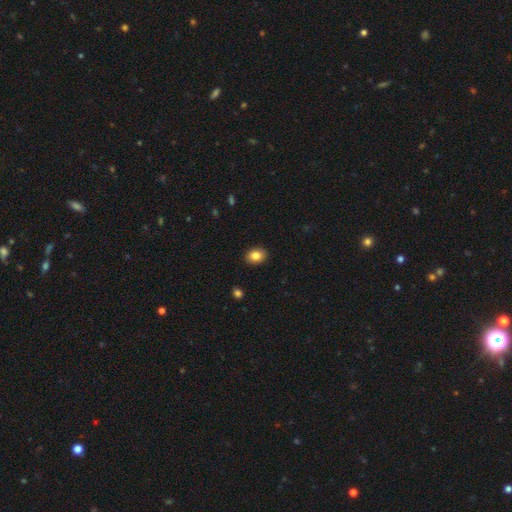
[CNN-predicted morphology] This appears to be a smooth galaxy with no disk features (85%) that is in between round and cigar-shaped (57%). Merging: none (90%).